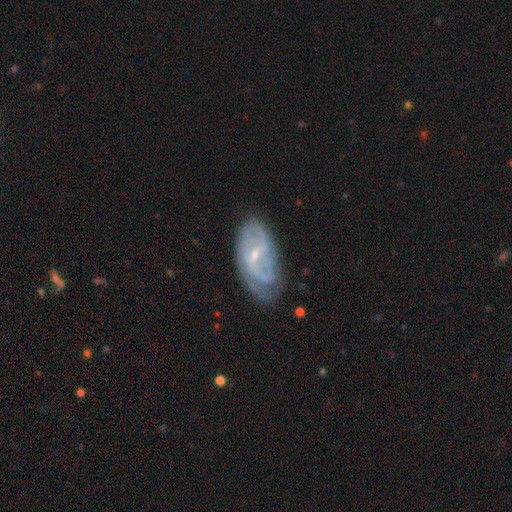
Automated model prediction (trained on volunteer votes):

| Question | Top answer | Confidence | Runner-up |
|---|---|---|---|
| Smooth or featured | featured or disk | 77% | smooth (16%) |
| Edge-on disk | no | 95% | yes (5%) |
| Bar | weak | 51% | no (31%) |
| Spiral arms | yes | 87% | no (13%) |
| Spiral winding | medium | 42% | tight (32%) |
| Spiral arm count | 2 | 47% | can't tell (31%) |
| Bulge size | small | 77% | moderate (18%) |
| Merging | none | 60% | minor disturbance (27%) |